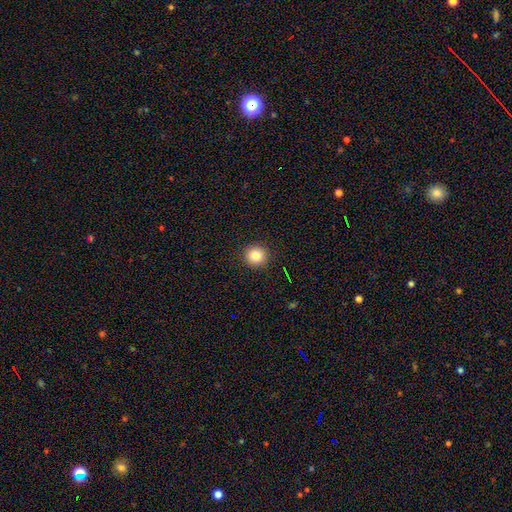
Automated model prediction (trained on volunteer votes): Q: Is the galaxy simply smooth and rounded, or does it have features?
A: smooth — 83%.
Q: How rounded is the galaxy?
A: round — 94%.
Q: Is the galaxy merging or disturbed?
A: none — 93%.